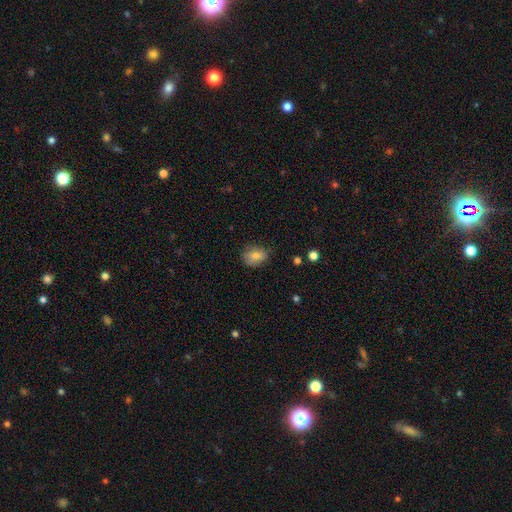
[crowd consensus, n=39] Smooth or featured?
  - smooth: 82% *
  - featured or disk: 10%
  - star or artifact: 8%
How rounded?
  - in between: 62% *
  - round: 34%
  - cigar-shaped: 3%
Merging?
  - none: 81% *
  - minor disturbance: 17%
  - major disturbance: 3%
  - merger: 0%